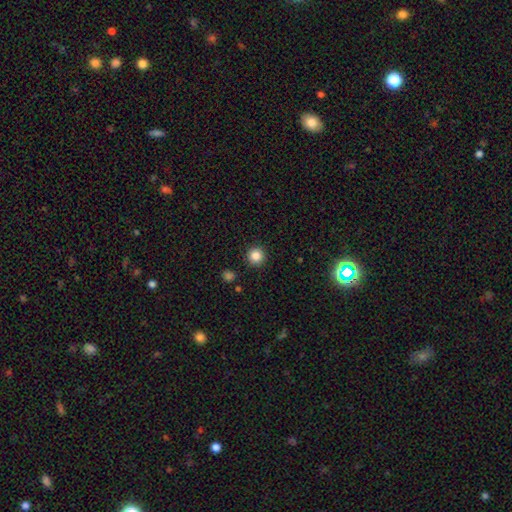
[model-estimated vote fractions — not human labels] Smooth or featured? Predicted: smooth (p=0.85). How rounded? Predicted: round (p=0.96). Merging? Predicted: none (p=0.92).